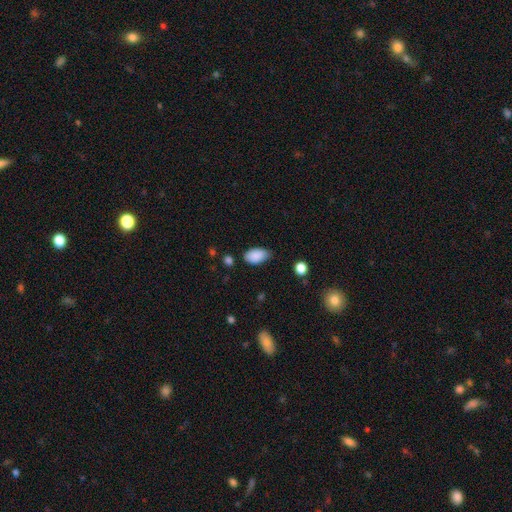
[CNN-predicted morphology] Smooth or featured?
  - smooth: 88% *
  - star or artifact: 7%
  - featured or disk: 5%
How rounded?
  - in between: 93% *
  - round: 5%
  - cigar-shaped: 2%
Merging?
  - none: 64% *
  - minor disturbance: 29%
  - major disturbance: 5%
  - merger: 2%